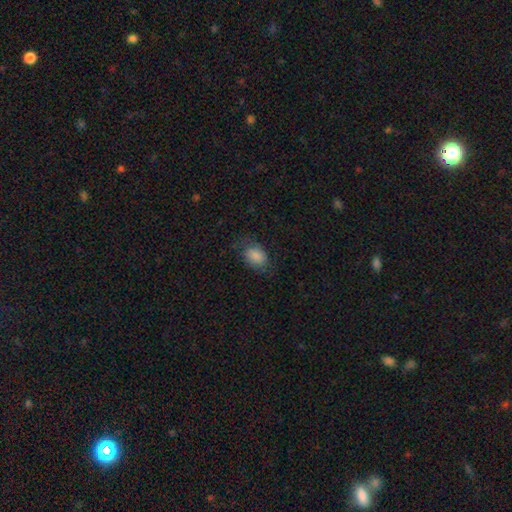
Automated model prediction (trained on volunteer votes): A smooth galaxy with no disk features (83%) that is in between round and cigar-shaped (80%). Merging: none (65%).